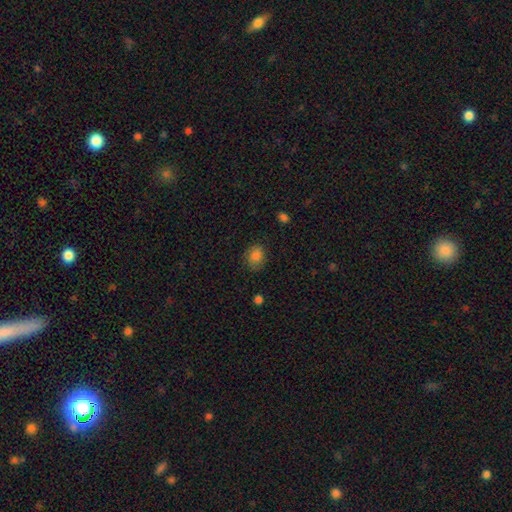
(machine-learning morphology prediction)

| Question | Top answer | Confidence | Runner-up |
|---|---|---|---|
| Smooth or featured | smooth | 84% | star or artifact (10%) |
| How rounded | in between | 50% | round (49%) |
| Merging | none | 79% | minor disturbance (16%) |